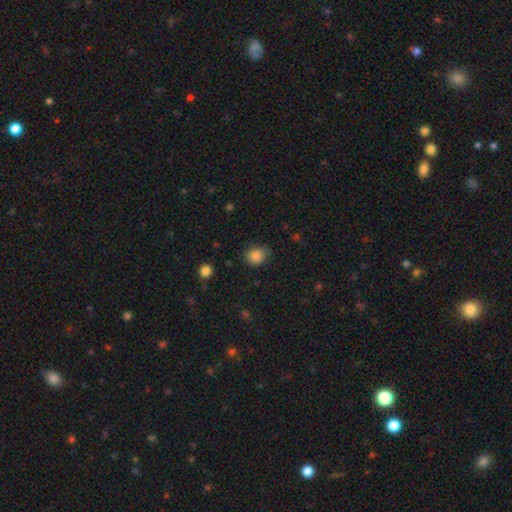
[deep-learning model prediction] Smooth or featured? Predicted: smooth (p=0.84). How rounded? Predicted: round (p=0.71). Merging? Predicted: none (p=0.76).